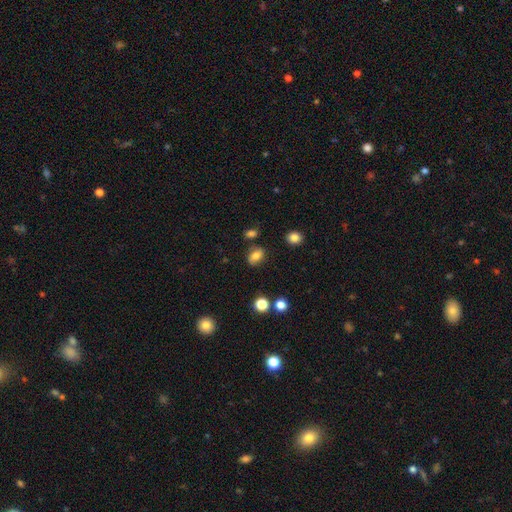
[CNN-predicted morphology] Smooth or featured? smooth (77%)
How rounded? in between (76%)
Merging? none (80%)